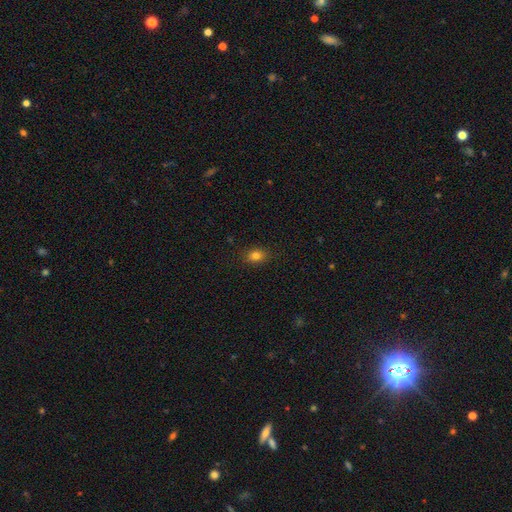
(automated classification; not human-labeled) Q: Smooth or featured?
A: smooth (81%); runner-up: star or artifact (12%)
Q: How rounded?
A: in between (66%); runner-up: round (33%)
Q: Merging?
A: none (87%); runner-up: minor disturbance (10%)